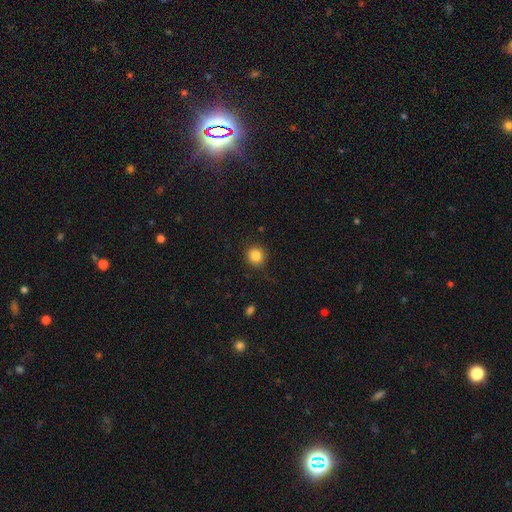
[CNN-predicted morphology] Smooth or featured?
  - smooth: 85% *
  - star or artifact: 10%
  - featured or disk: 4%
How rounded?
  - round: 90% *
  - in between: 9%
  - cigar-shaped: 1%
Merging?
  - none: 88% *
  - minor disturbance: 8%
  - major disturbance: 3%
  - merger: 1%